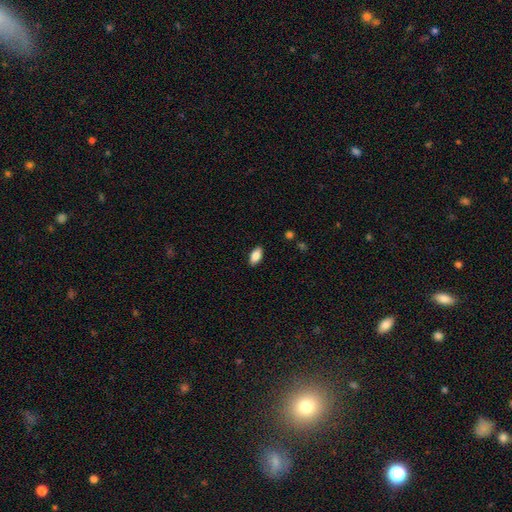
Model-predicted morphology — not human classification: smooth-or-featured: smooth: 86% | star or artifact: 7% | featured or disk: 7%
  how-rounded: in between: 91% | cigar-shaped: 7% | round: 3%
  merging: none: 88% | minor disturbance: 9% | major disturbance: 2% | merger: 1%